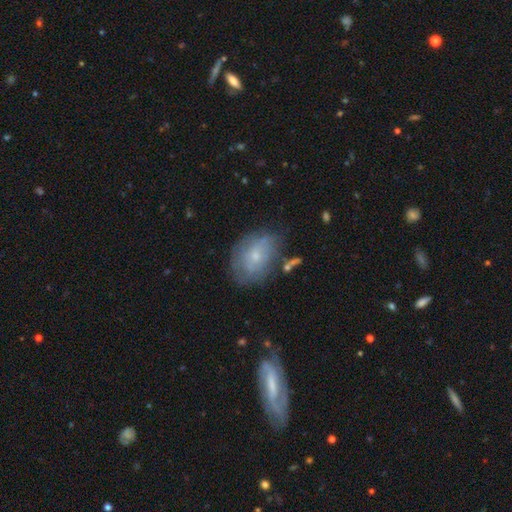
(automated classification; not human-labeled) Morphology: type=smooth (49%); merging=none (61%).